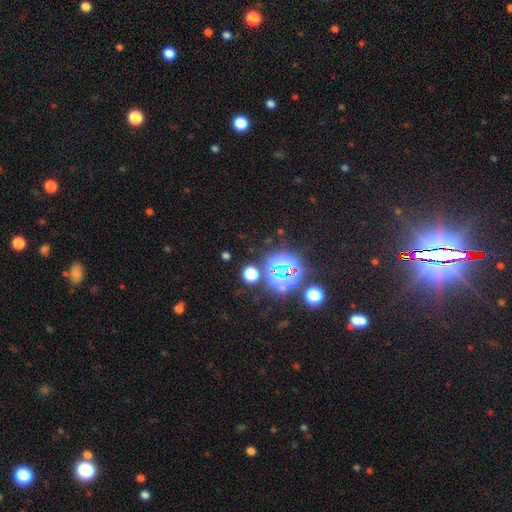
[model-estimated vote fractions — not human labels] A star or artifact, not a galaxy (81%).